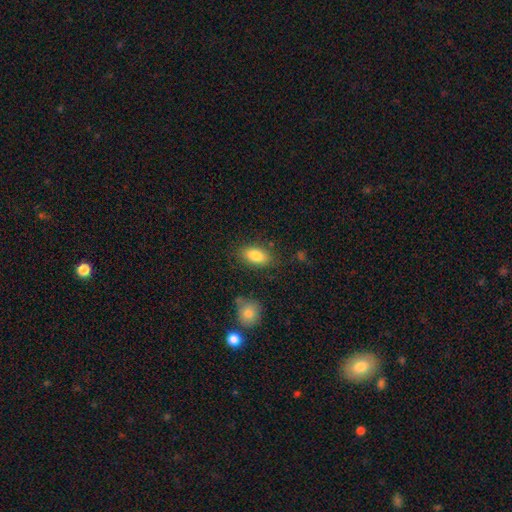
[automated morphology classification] Q: Smooth or featured?
A: smooth (83%); runner-up: featured or disk (10%)
Q: How rounded?
A: in between (89%); runner-up: cigar-shaped (6%)
Q: Merging?
A: none (80%); runner-up: minor disturbance (13%)